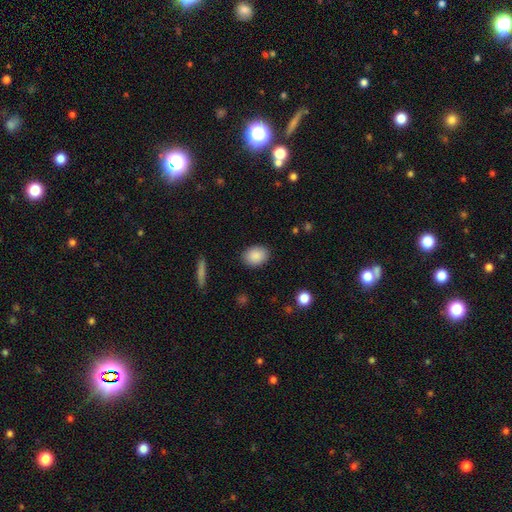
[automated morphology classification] The model was most divided on "how rounded": in between: 71%, round: 28%, cigar-shaped: 1%. More confident: smooth or featured — smooth (89%); merging — none (88%).